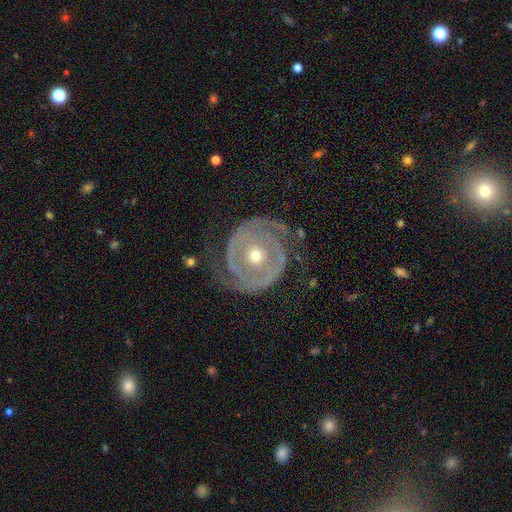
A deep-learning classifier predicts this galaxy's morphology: The model was most divided on "bulge size": moderate: 53%, small: 43%, large: 2%, dominant: 1%, none: 1%. More confident: edge-on disk — no (97%); spiral arms — yes (88%); smooth or featured — featured or disk (86%); bar — no (75%); spiral arm count — 2 (71%); merging — none (67%); spiral winding — tight (61%).